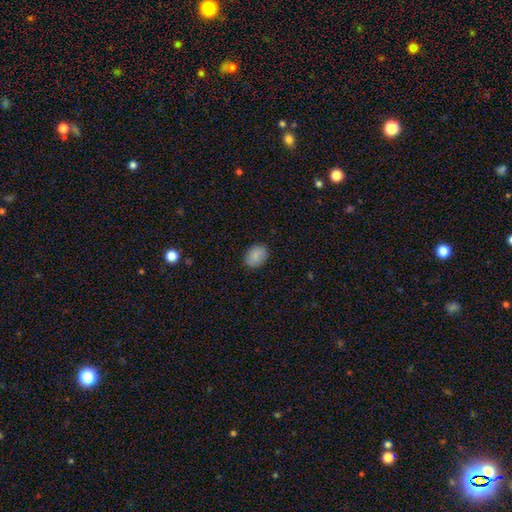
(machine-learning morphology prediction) Smooth or featured? Predicted: smooth (p=0.88). How rounded? Predicted: in between (p=0.73). Merging? Predicted: none (p=0.87).